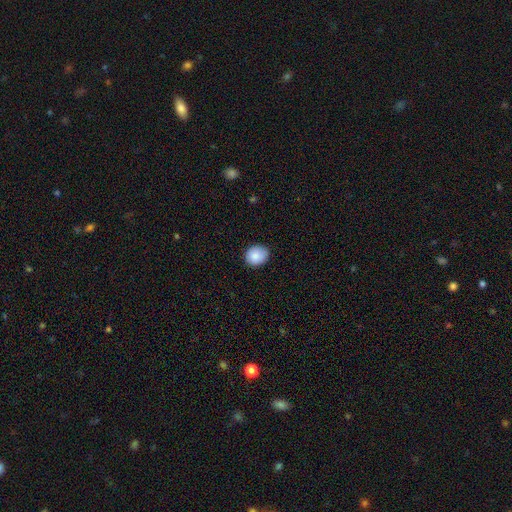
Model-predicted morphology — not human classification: Smooth or featured? Predicted: smooth (p=0.88). How rounded? Predicted: round (p=0.68). Merging? Predicted: none (p=0.83).